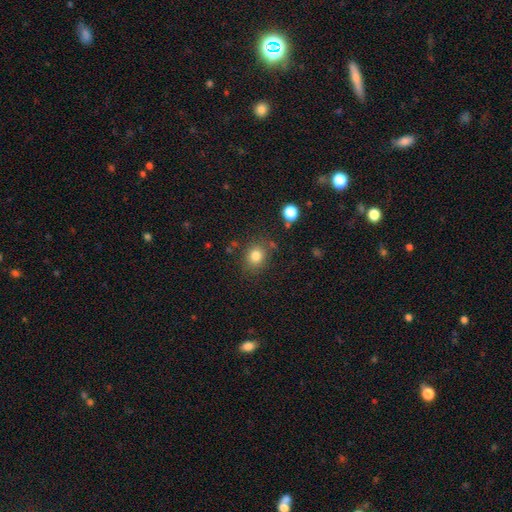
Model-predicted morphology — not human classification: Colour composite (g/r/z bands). It shows a smooth galaxy with no disk features (81%) that is round (71%). Merging: none (79%).